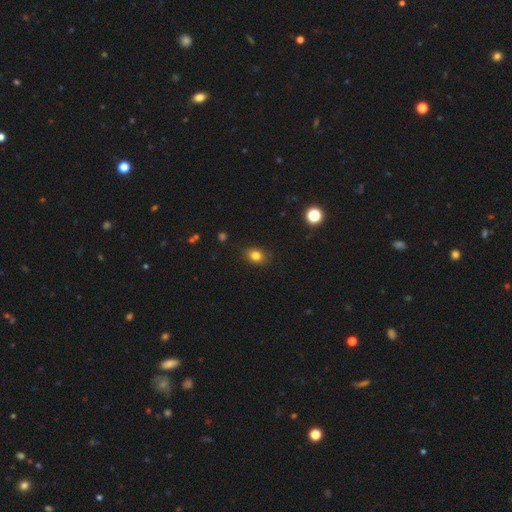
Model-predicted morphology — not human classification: smooth_or_featured: smooth (p=0.81) [alt: star or artifact p=0.12]
how_rounded: in between (p=0.59) [alt: round p=0.39]
merging: none (p=0.85) [alt: minor disturbance p=0.11]